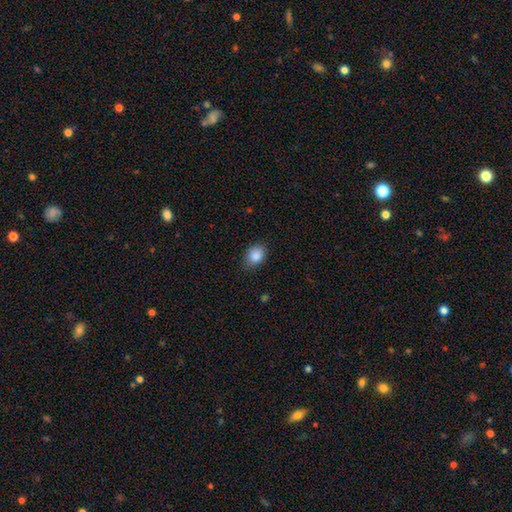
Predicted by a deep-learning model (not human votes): This is clearly a smooth galaxy (87%). How rounded: likely in between (61%). Merging: likely none (78%).